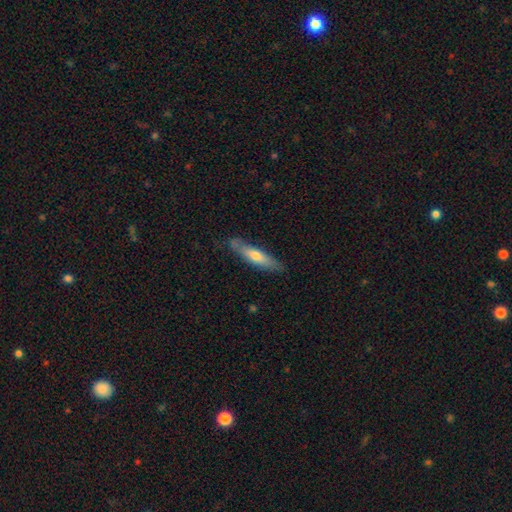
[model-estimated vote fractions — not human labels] This appears to be a smooth galaxy with no disk features (59%) that is cigar-shaped (77%). Merging: none (79%).